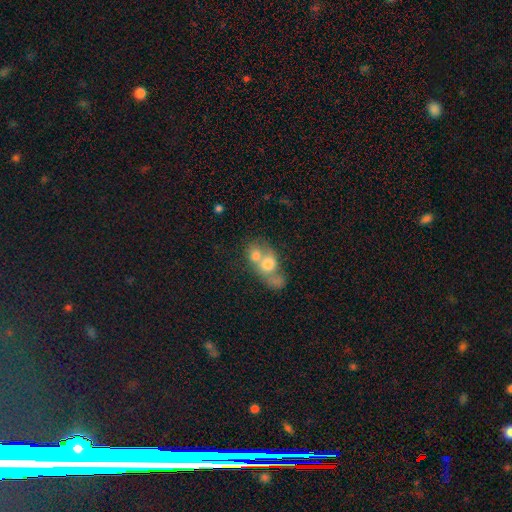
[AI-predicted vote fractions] Overall: smooth (64%; featured or disk 26%). How rounded: round (56%; in between 42%). Merging: merger (74%).